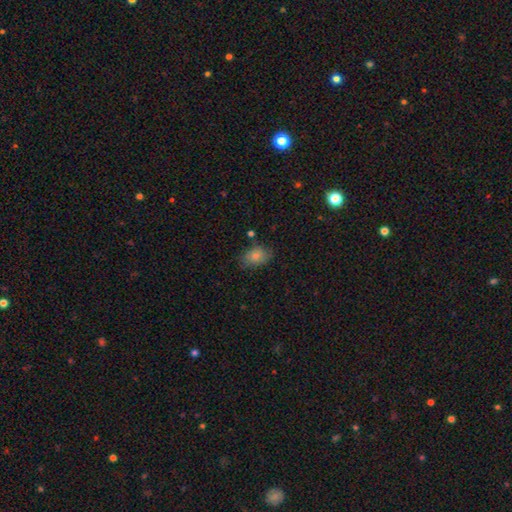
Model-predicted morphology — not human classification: smooth 71%, featured or disk 15%, star or artifact 14%. Down the decision tree: how rounded — in between (78%); merging — none (77%).